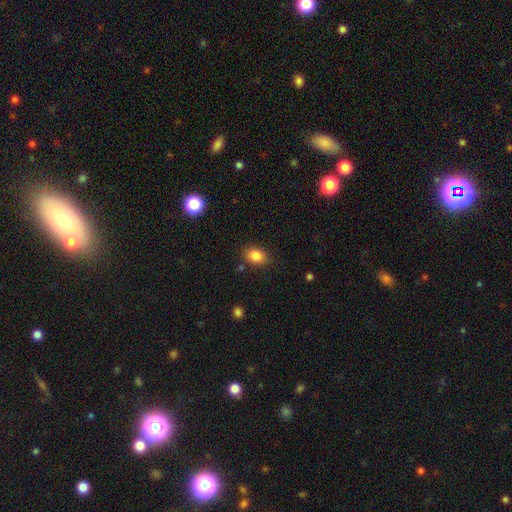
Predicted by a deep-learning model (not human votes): The model was most divided on "how rounded": in between: 76%, round: 23%, cigar-shaped: 1%. More confident: smooth or featured — smooth (85%); merging — none (80%).